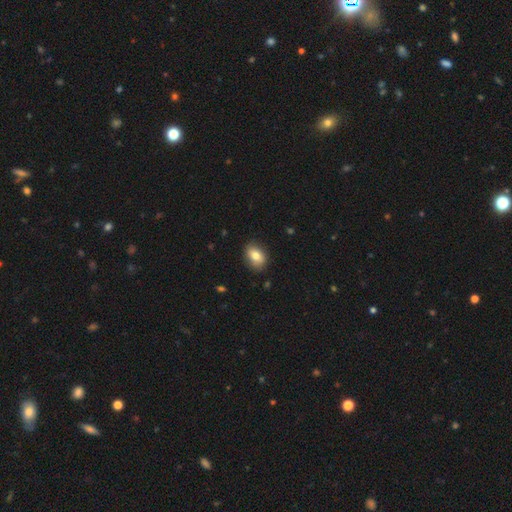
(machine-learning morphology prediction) Q: Smooth or featured?
A: smooth (76%); runner-up: featured or disk (15%)
Q: How rounded?
A: in between (73%); runner-up: round (25%)
Q: Merging?
A: none (83%); runner-up: minor disturbance (13%)